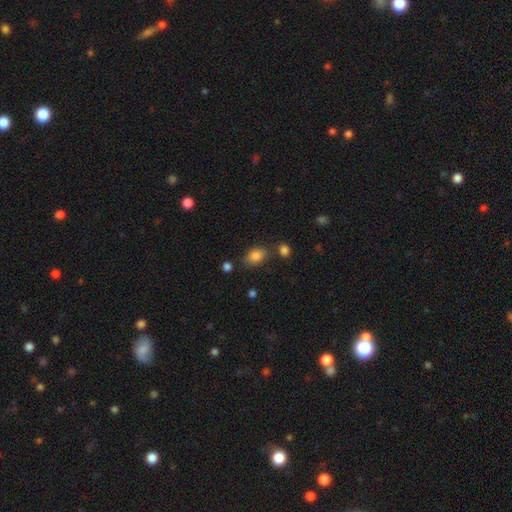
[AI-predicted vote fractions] Smooth or featured?
  - smooth: 84% *
  - star or artifact: 10%
  - featured or disk: 7%
How rounded?
  - in between: 79% *
  - round: 20%
  - cigar-shaped: 1%
Merging?
  - none: 71% *
  - minor disturbance: 15%
  - merger: 9%
  - major disturbance: 5%